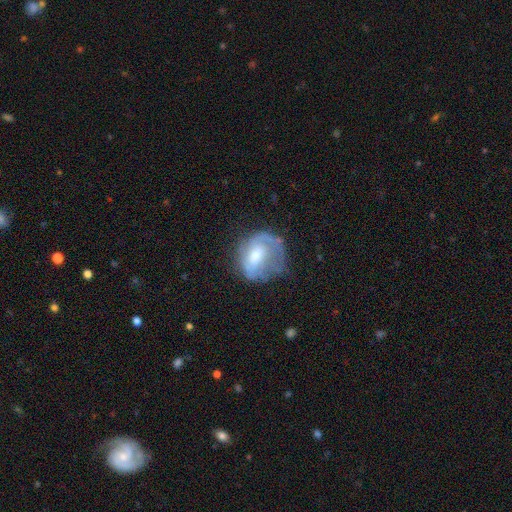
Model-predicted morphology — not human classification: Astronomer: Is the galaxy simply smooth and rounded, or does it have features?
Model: featured or disk — 51% (runner-up: smooth, 41%).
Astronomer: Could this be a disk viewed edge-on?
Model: no — 97%.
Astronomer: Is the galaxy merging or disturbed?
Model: none — 40% (runner-up: major disturbance, 29%).